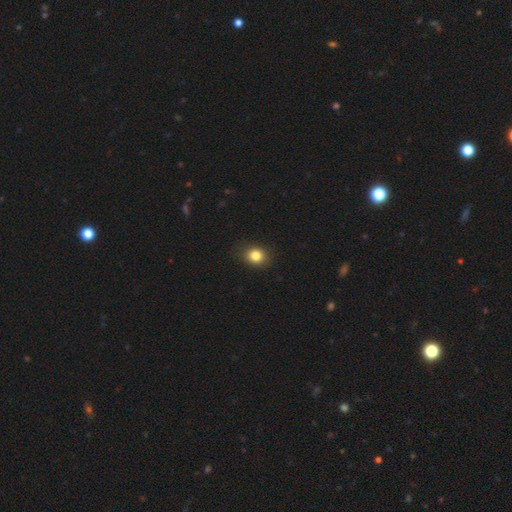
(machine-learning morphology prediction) This is clearly a smooth galaxy (83%). How rounded: likely round (63%). Merging: clearly none (86%).